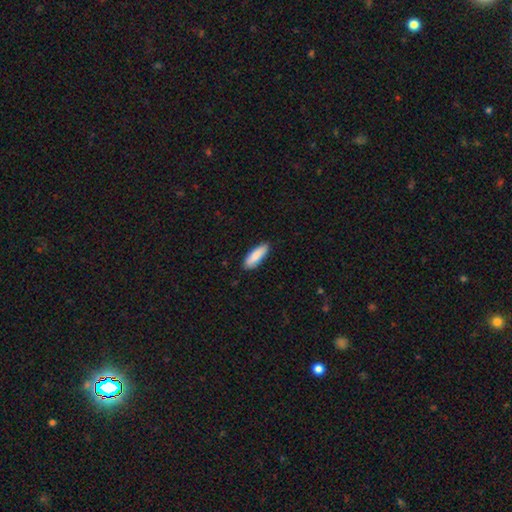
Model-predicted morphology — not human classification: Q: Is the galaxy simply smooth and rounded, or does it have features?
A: smooth — 88%.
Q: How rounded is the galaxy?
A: in between — 51%.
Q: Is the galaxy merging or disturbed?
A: none — 87%.